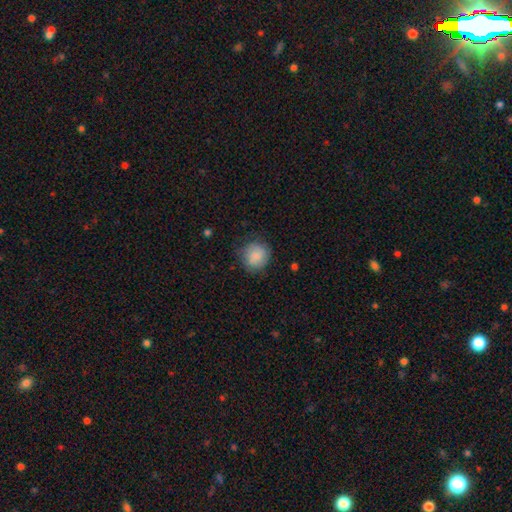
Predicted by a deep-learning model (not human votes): Smooth or featured: smooth — 81% (featured or disk — 12%)
How rounded: round — 87% (in between — 12%)
Merging: none — 76% (minor disturbance — 17%)